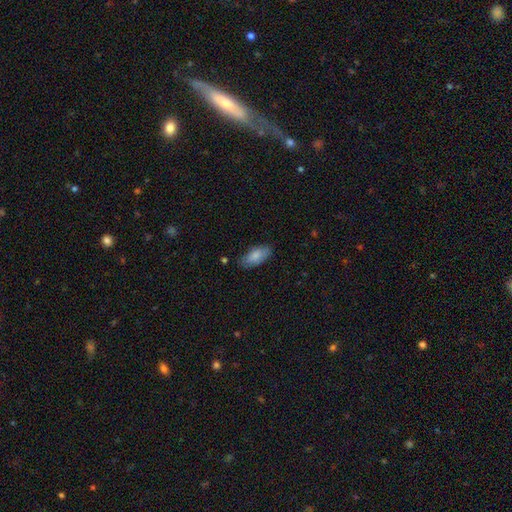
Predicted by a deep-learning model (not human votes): This is clearly a smooth galaxy (82%). How rounded: clearly in between (91%). Merging: likely none (74%).